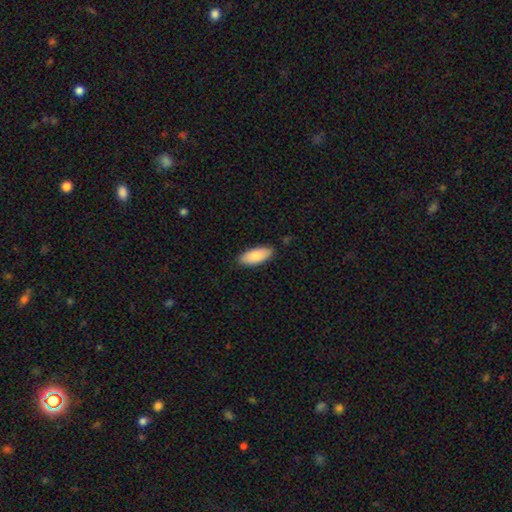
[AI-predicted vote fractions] A smooth galaxy with no disk features (85%) that is in between round and cigar-shaped (85%).

Vote fractions:
- Smooth or featured? smooth: 85% / featured or disk: 9% / star or artifact: 6%
- How rounded? in between: 85% / cigar-shaped: 13% / round: 2%
- Merging? none: 86% / minor disturbance: 10% / major disturbance: 2% / merger: 1%